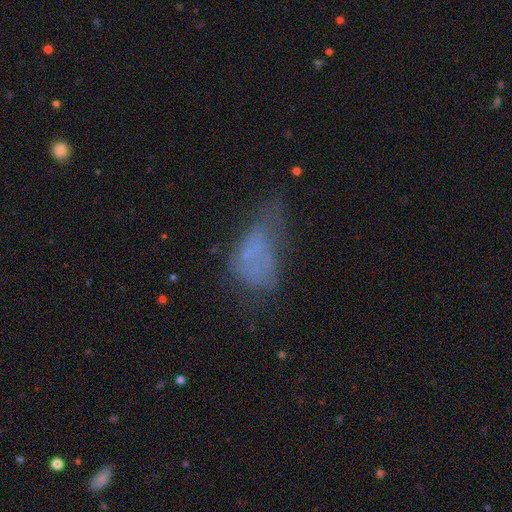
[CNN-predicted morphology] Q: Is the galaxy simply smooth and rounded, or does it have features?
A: smooth — 49%.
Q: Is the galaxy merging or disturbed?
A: major disturbance — 39%.